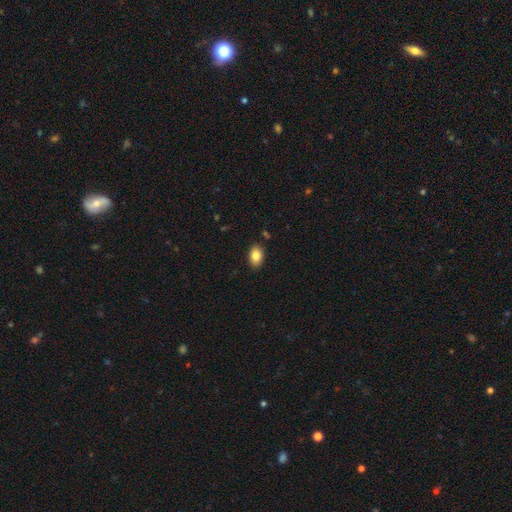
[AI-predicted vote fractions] Smooth or featured?
  - smooth: 84% *
  - star or artifact: 8%
  - featured or disk: 8%
How rounded?
  - in between: 86% *
  - round: 12%
  - cigar-shaped: 1%
Merging?
  - none: 86% *
  - minor disturbance: 10%
  - major disturbance: 2%
  - merger: 2%